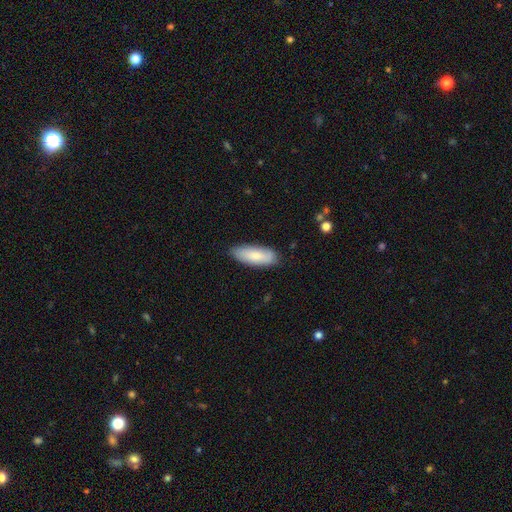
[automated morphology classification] smooth 78%, featured or disk 16%, star or artifact 6%. Down the decision tree: how rounded — in between (74%); merging — none (82%).